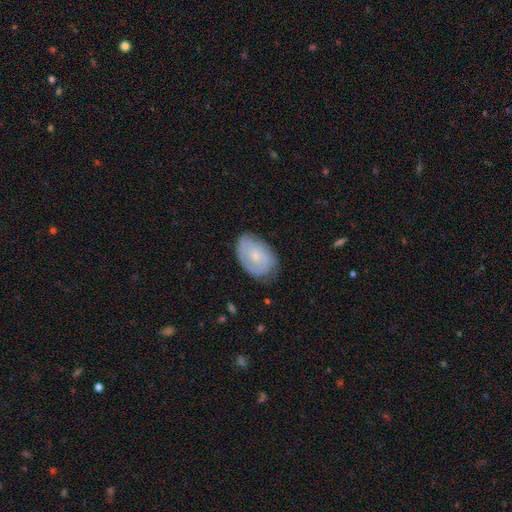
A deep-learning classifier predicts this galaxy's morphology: A featured or disk galaxy (56%) with no bar (73%), spiral arms (78%) and a small central bulge (67%).

Vote fractions:
- Smooth or featured? featured or disk: 56% / smooth: 37% / star or artifact: 6%
- Edge-on disk? no: 96% / yes: 4%
- Bar? no: 73% / weak: 23% / strong: 4%
- Spiral arms? yes: 78% / no: 22%
- Bulge size? small: 67% / moderate: 27% / none: 4% / large: 1% / dominant: 1%
- Merging? none: 69% / minor disturbance: 23% / major disturbance: 7% / merger: 1%